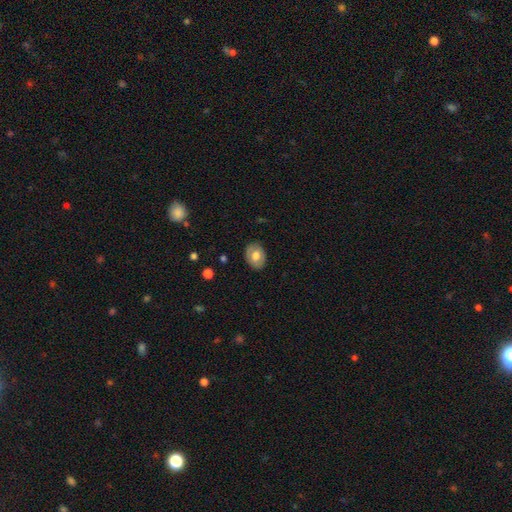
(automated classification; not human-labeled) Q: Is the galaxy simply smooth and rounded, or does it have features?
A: smooth — 64%.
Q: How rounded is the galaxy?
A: in between — 69%.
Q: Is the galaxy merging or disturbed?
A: none — 84%.